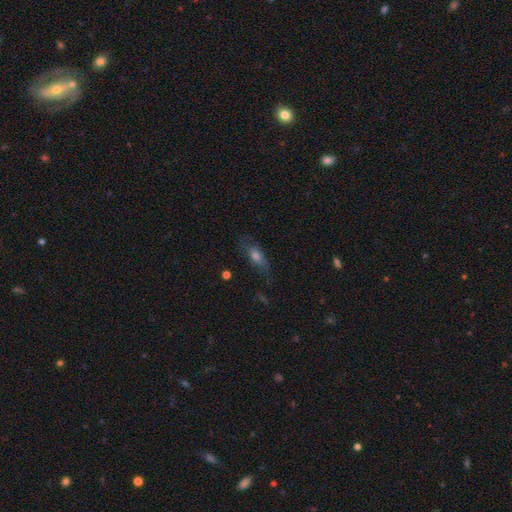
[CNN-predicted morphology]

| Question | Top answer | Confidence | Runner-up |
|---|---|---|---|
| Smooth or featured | smooth | 52% | featured or disk (34%) |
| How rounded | in between | 64% | cigar-shaped (31%) |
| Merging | none | 65% | minor disturbance (22%) |